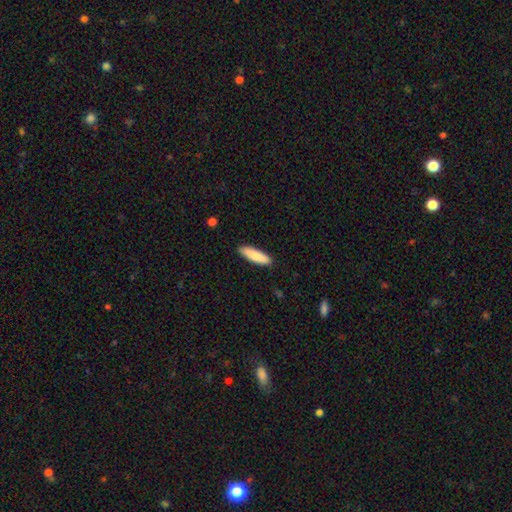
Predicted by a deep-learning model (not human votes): Smooth or featured?
  - smooth: 84% *
  - featured or disk: 10%
  - star or artifact: 5%
How rounded?
  - cigar-shaped: 68% *
  - in between: 31%
  - round: 1%
Merging?
  - none: 89% *
  - minor disturbance: 8%
  - major disturbance: 2%
  - merger: 1%